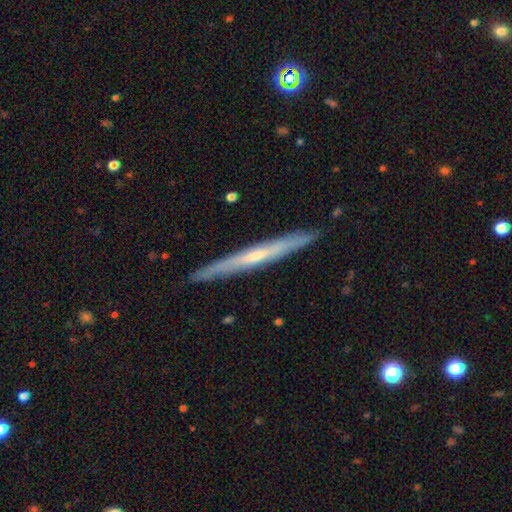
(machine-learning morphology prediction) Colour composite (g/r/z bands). It shows a featured or disk galaxy (65%) viewed edge-on (96%) with no central bulge (54%). Merging: none (91%).